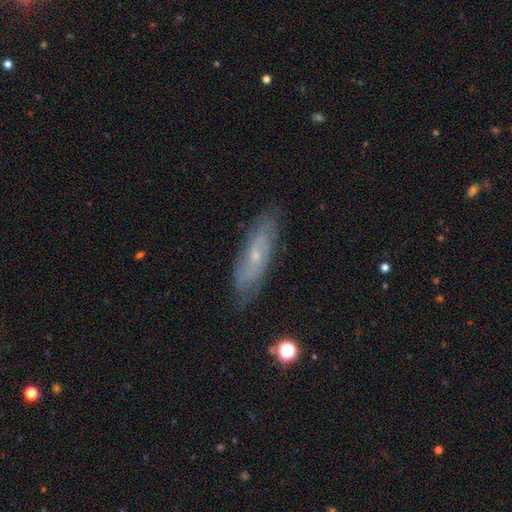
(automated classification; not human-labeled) Q: Smooth or featured?
A: featured or disk (64%); runner-up: smooth (28%)
Q: Edge-on disk?
A: no (73%); runner-up: yes (27%)
Q: Merging?
A: none (79%); runner-up: minor disturbance (16%)